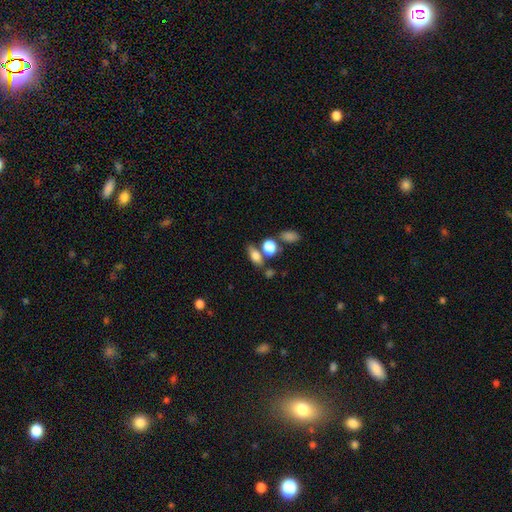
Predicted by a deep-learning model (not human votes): Overall: smooth (77%). How rounded: in between (76%). Merging: none (60%; merger 21%).